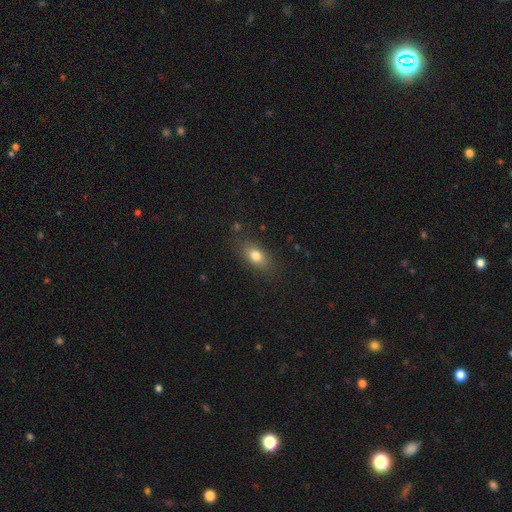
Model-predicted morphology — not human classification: A smooth galaxy with no disk features (80%) that is in between round and cigar-shaped (82%). Merging: none (82%).